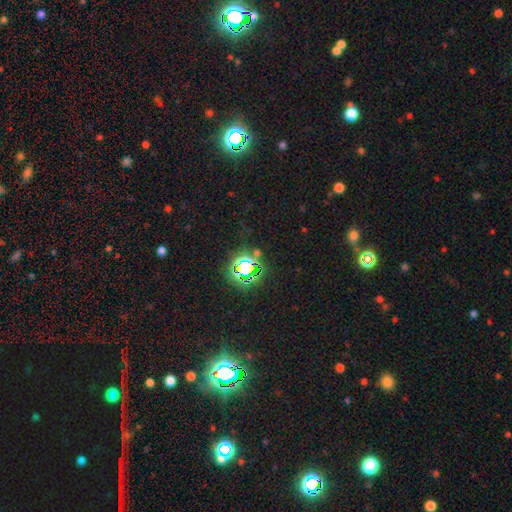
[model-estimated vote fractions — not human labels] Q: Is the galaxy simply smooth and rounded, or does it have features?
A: star or artifact — 78%.